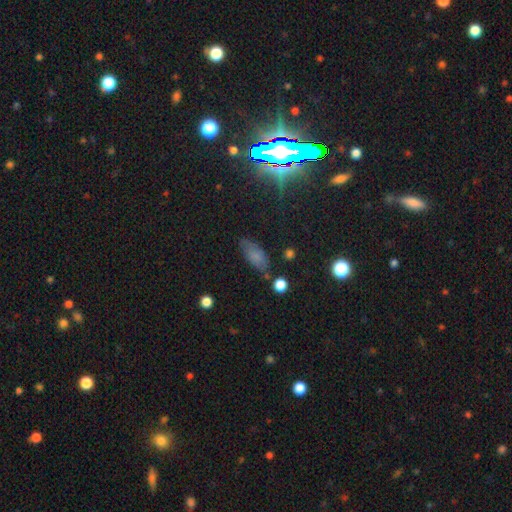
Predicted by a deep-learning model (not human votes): A smooth galaxy with no disk features (72%) that is in between round and cigar-shaped (82%).

Vote fractions:
- Smooth or featured? smooth: 72% / star or artifact: 15% / featured or disk: 13%
- How rounded? in between: 82% / cigar-shaped: 14% / round: 4%
- Merging? none: 70% / minor disturbance: 20% / major disturbance: 6% / merger: 4%